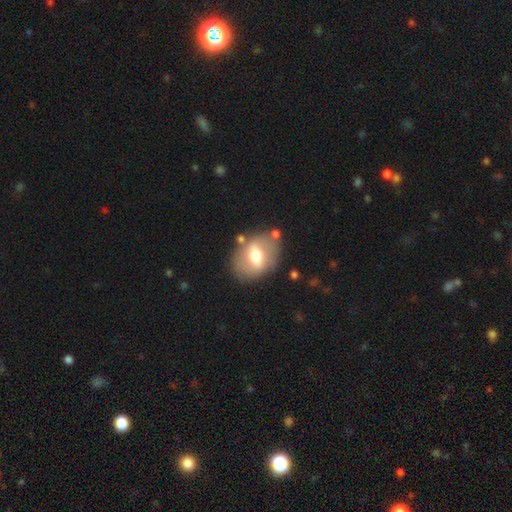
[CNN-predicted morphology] smooth 50%, featured or disk 43%, star or artifact 7%. Down the decision tree: merging — none (73%).